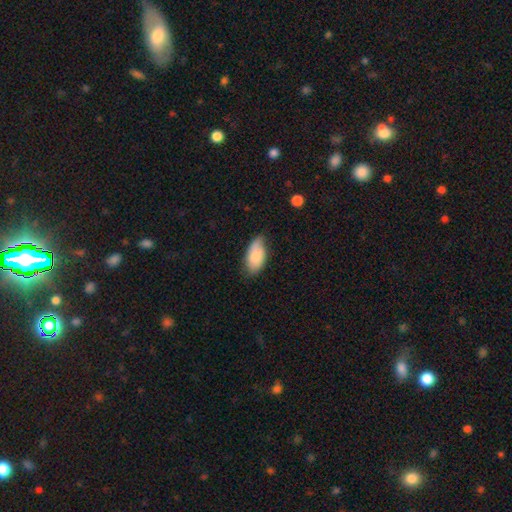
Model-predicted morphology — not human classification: Smooth or featured? Predicted: smooth (p=0.82). How rounded? Predicted: in between (p=0.94). Merging? Predicted: none (p=0.61).